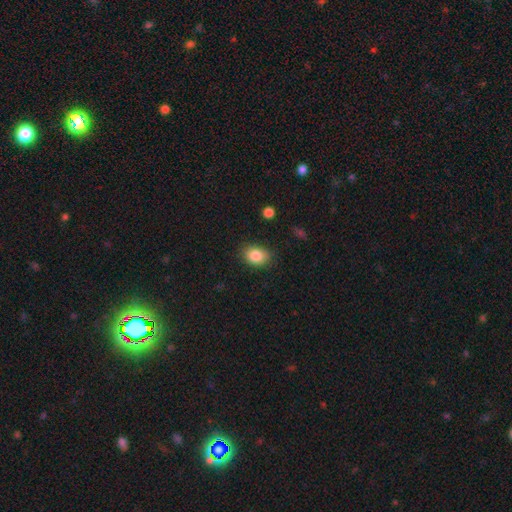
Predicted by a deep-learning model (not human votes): Overall: smooth (86%). How rounded: in between (68%; round 31%). Merging: none (81%).